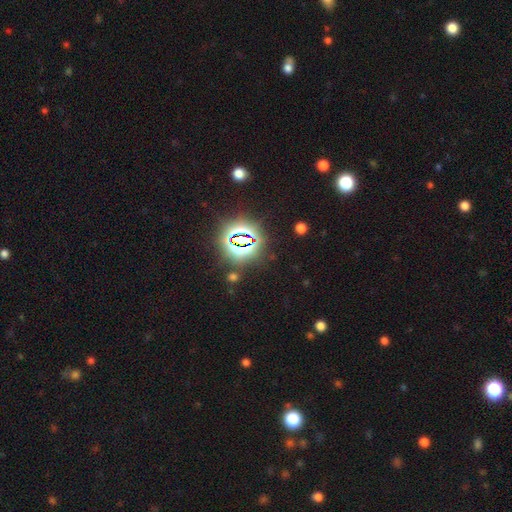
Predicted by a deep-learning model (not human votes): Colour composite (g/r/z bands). It shows a star or artifact, not a galaxy (82%).